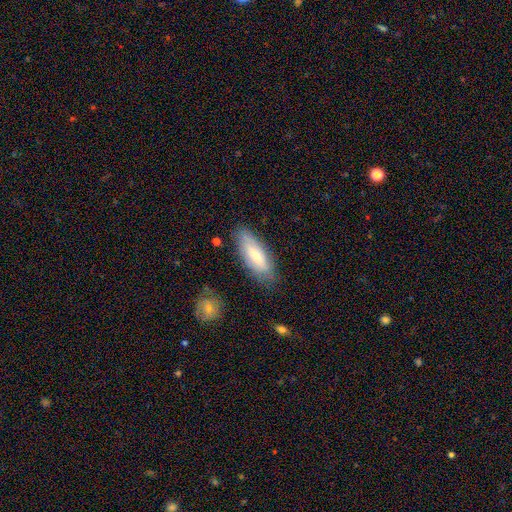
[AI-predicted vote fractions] Smooth or featured: smooth — 62% (featured or disk — 31%)
How rounded: in between — 68% (cigar-shaped — 30%)
Merging: none — 79% (minor disturbance — 15%)